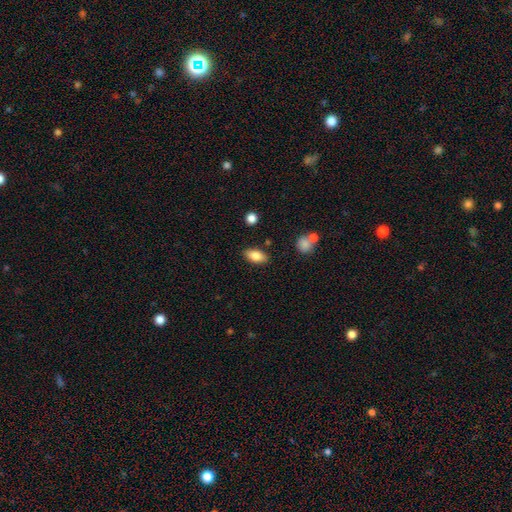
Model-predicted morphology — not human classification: This appears to be a smooth galaxy with no disk features (82%) that is in between round and cigar-shaped (90%). Merging: none (85%).